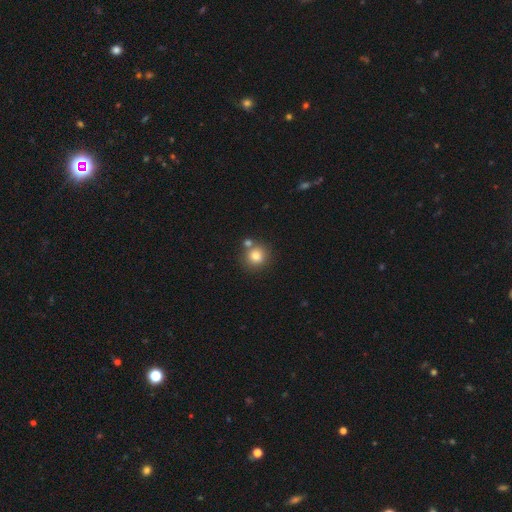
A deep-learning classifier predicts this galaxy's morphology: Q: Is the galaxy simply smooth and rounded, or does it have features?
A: smooth — 81%.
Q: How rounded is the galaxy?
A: round — 89%.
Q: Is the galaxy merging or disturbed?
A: none — 67%.